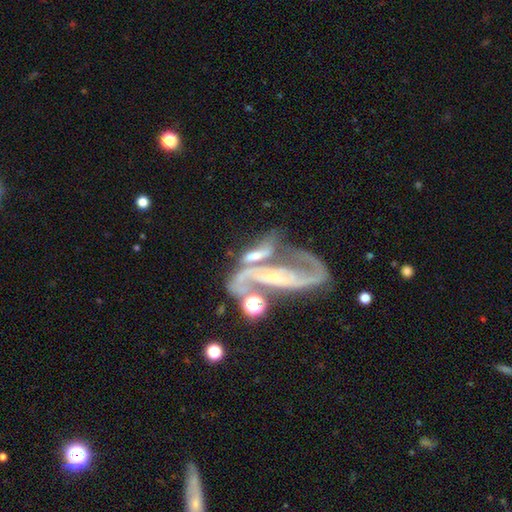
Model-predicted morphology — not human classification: This is possibly a featured or disk galaxy (60%). It is likely not viewed edge-on (80%). Merging: possibly merger (50%).